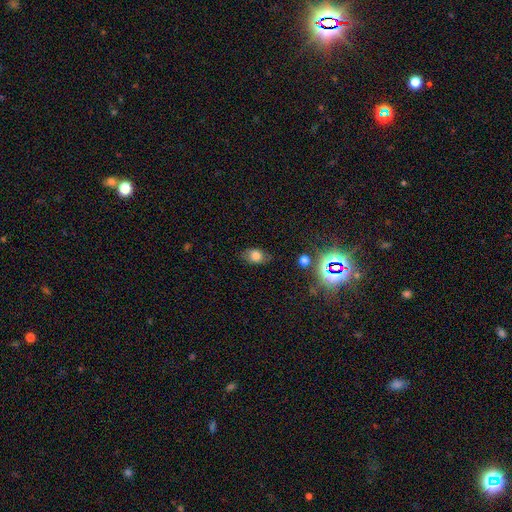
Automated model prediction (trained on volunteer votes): Smooth or featured: smooth — 73% (featured or disk — 14%)
How rounded: in between — 82% (round — 17%)
Merging: none — 76% (minor disturbance — 17%)